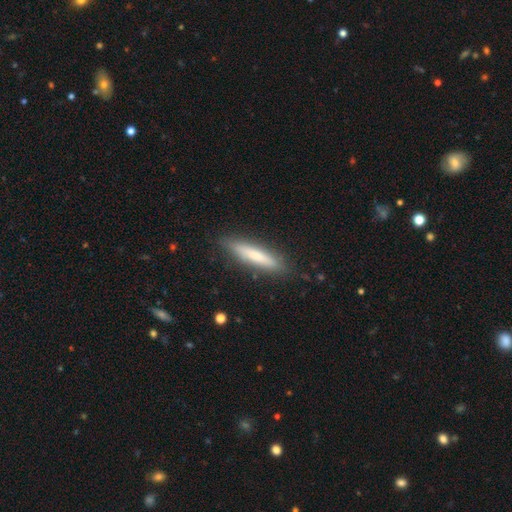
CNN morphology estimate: smooth 71%, featured or disk 23%, star or artifact 6%. Down the decision tree: how rounded — cigar-shaped (87%); merging — none (87%).